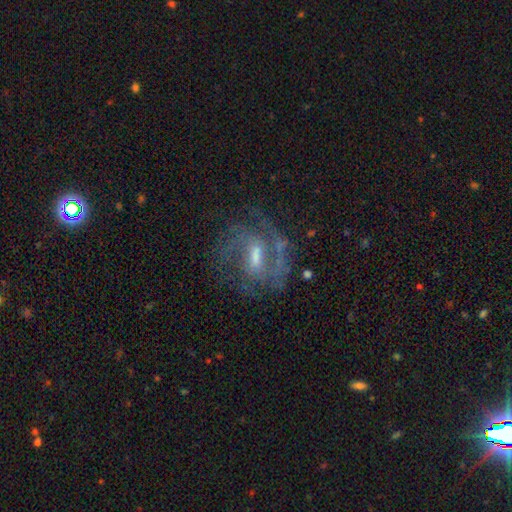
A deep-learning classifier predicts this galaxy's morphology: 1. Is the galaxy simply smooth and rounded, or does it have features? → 79% featured or disk, 12% star or artifact, 9% smooth.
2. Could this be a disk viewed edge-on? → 95% no, 5% yes.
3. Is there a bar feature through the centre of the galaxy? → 50% weak, 34% strong, 16% no.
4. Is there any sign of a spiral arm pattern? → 92% yes, 8% no.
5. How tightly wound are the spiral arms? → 50% medium, 34% tight, 16% loose.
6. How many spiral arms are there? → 55% 2, 18% can't tell, 14% 3, 5% 1, 4% 4, 3% more than 4.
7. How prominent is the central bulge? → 43% moderate, 42% small, 9% none, 5% large, 1% dominant.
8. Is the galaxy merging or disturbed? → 71% none, 15% minor disturbance, 11% major disturbance, 2% merger.